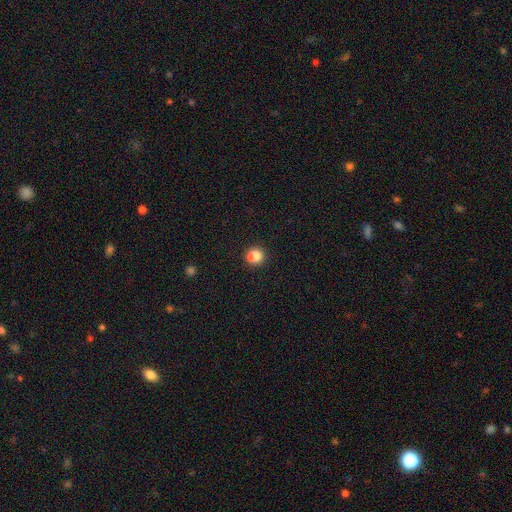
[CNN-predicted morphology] Smooth or featured? smooth (81%)
How rounded? round (75%)
Merging? none (61%)